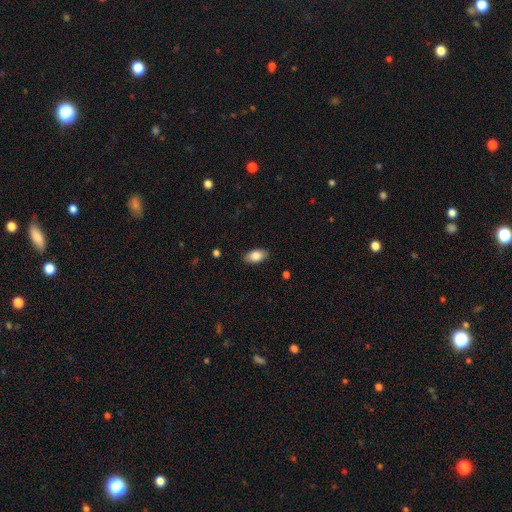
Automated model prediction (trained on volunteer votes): Smooth or featured?
  - smooth: 84% *
  - featured or disk: 9%
  - star or artifact: 7%
How rounded?
  - in between: 92% *
  - round: 5%
  - cigar-shaped: 3%
Merging?
  - none: 87% *
  - minor disturbance: 10%
  - major disturbance: 2%
  - merger: 1%